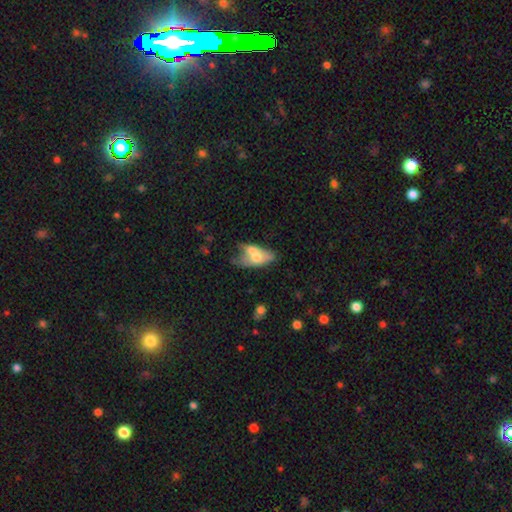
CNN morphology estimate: Overall: smooth (52%; featured or disk 39%). How rounded: in between (85%). Merging: merger (40%; major disturbance 23%).